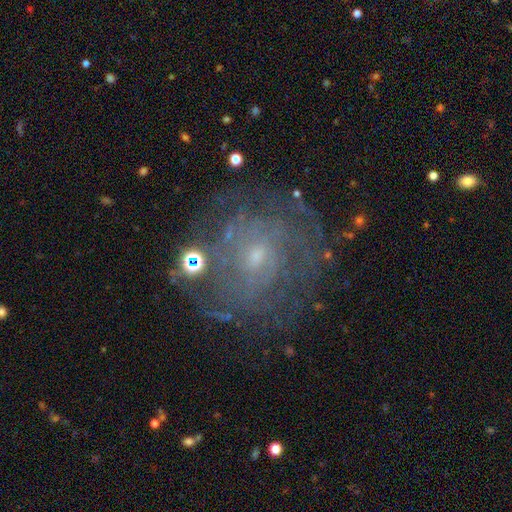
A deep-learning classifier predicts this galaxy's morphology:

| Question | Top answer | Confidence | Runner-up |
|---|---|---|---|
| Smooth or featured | featured or disk | 71% | smooth (16%) |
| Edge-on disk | no | 97% | yes (3%) |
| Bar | no | 65% | weak (29%) |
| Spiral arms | yes | 78% | no (22%) |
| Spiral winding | tight | 66% | medium (25%) |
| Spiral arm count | can't tell | 58% | 2 (12%) |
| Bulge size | small | 74% | moderate (20%) |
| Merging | none | 74% | minor disturbance (15%) |